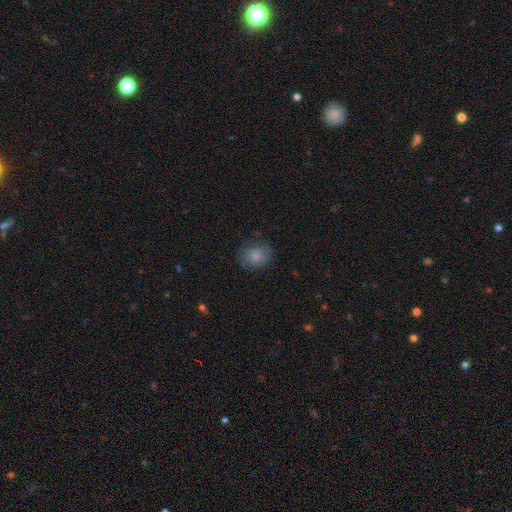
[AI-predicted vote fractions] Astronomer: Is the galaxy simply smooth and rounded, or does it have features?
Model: smooth — 77%.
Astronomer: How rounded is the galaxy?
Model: round — 63%.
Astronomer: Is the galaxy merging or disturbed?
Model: none — 69%.